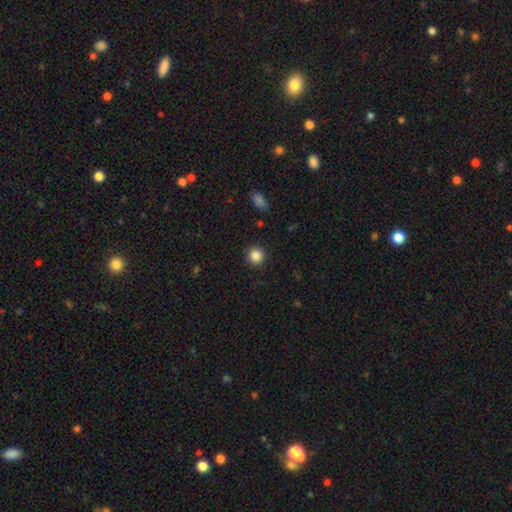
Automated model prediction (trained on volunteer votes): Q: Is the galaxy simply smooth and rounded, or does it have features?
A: smooth — 86%.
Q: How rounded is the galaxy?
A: round — 94%.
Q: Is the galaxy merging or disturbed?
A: none — 91%.